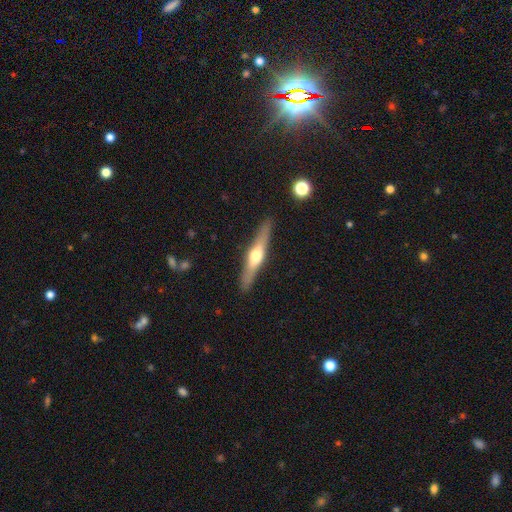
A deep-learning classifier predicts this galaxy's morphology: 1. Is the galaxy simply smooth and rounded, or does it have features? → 63% featured or disk, 31% smooth, 5% star or artifact.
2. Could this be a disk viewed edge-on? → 95% yes, 5% no.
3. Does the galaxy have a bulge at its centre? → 91% rounded, 4% boxy, 4% none.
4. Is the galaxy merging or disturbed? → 90% none, 7% minor disturbance, 2% major disturbance, 1% merger.